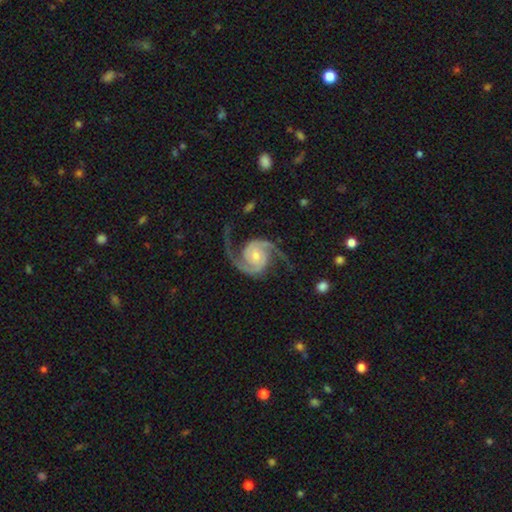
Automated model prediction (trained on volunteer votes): Morphology: type=featured or disk (94%); edge-on=no (98%); bar=no (63%); spiral arms=yes (99%); winding=medium (54%); arm count=2 (94%); bulge=small (49%); merging=none (76%).